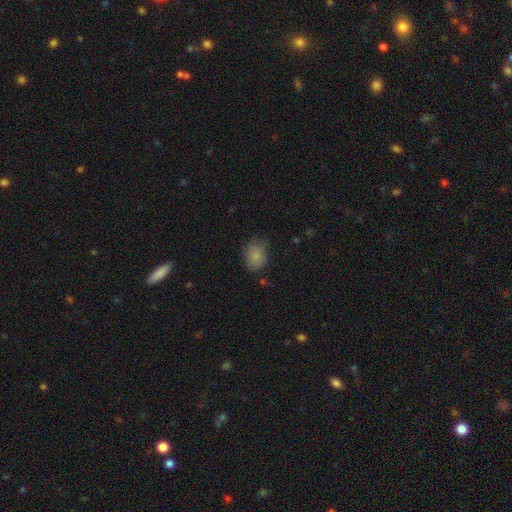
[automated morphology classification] Smooth or featured? Predicted: smooth (p=0.84). How rounded? Predicted: in between (p=0.59). Merging? Predicted: none (p=0.72).